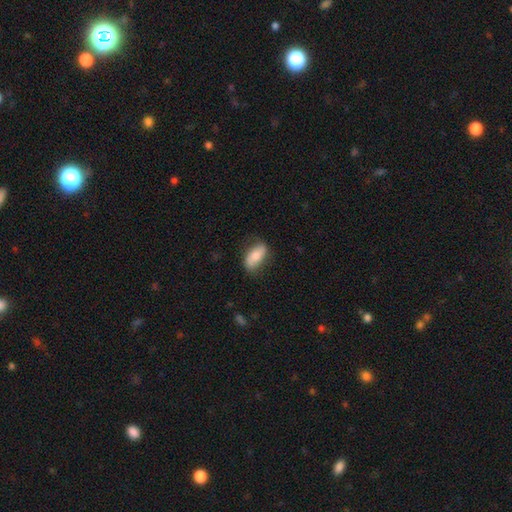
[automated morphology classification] A smooth galaxy with no disk features (71%) that is in between round and cigar-shaped (88%).

Vote fractions:
- Smooth or featured? smooth: 71% / featured or disk: 23% / star or artifact: 6%
- How rounded? in between: 88% / cigar-shaped: 9% / round: 4%
- Merging? none: 74% / minor disturbance: 20% / major disturbance: 5% / merger: 1%